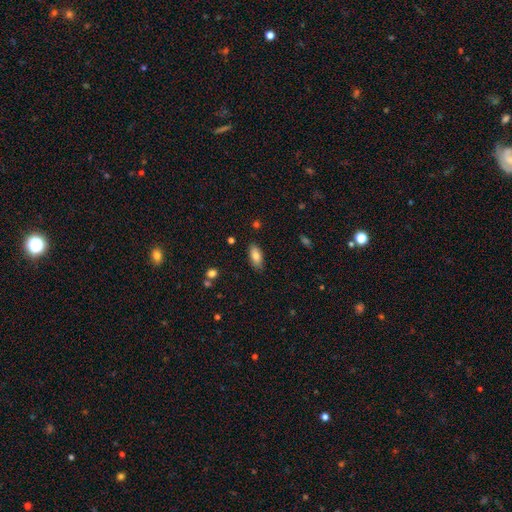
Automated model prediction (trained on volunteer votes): Smooth or featured: smooth — 81% (featured or disk — 11%)
How rounded: in between — 86% (cigar-shaped — 11%)
Merging: none — 83% (minor disturbance — 13%)